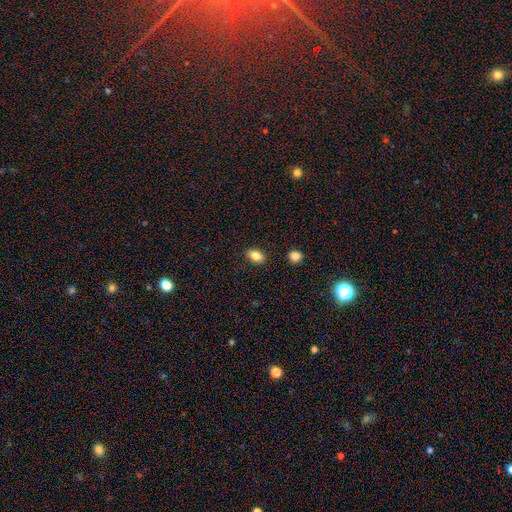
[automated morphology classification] smooth 84%, star or artifact 9%, featured or disk 7%. Down the decision tree: how rounded — in between (84%); merging — none (88%).